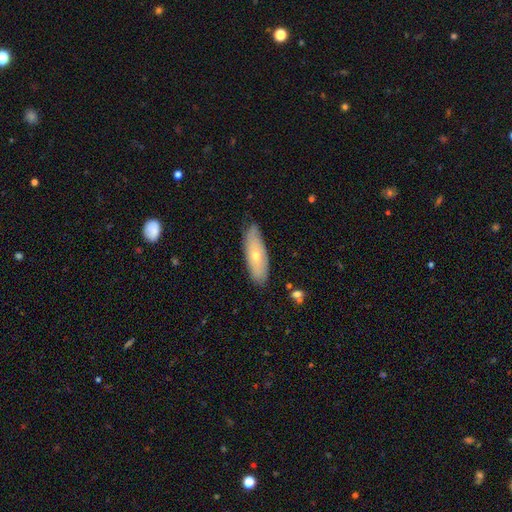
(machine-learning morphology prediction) Smooth or featured? Predicted: smooth (p=0.48). Merging? Predicted: none (p=0.80).